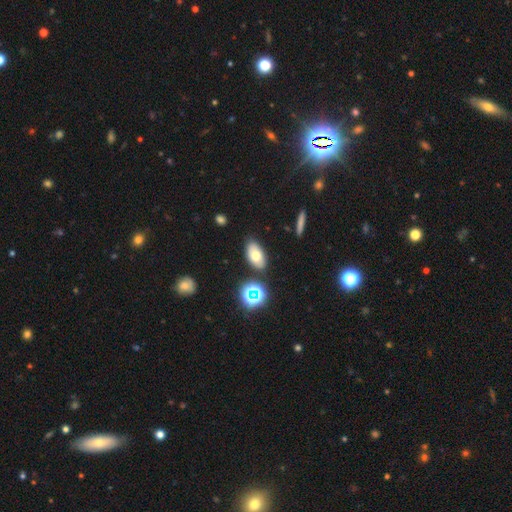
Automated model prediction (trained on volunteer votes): This appears to be a smooth galaxy with no disk features (64%) that is in between round and cigar-shaped (91%). Merging: none (81%).